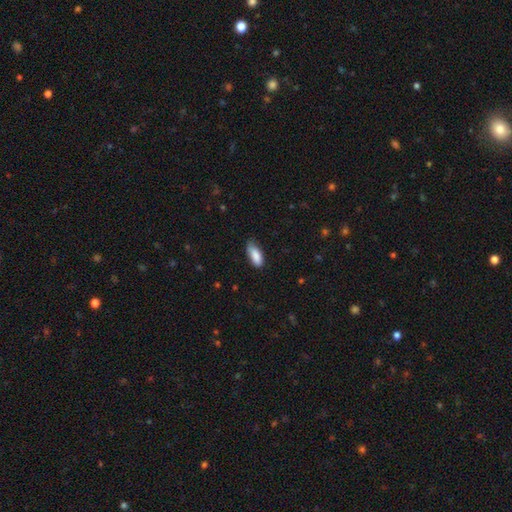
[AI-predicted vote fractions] This is clearly a smooth galaxy (86%). How rounded: likely in between (79%). Merging: likely none (60%).